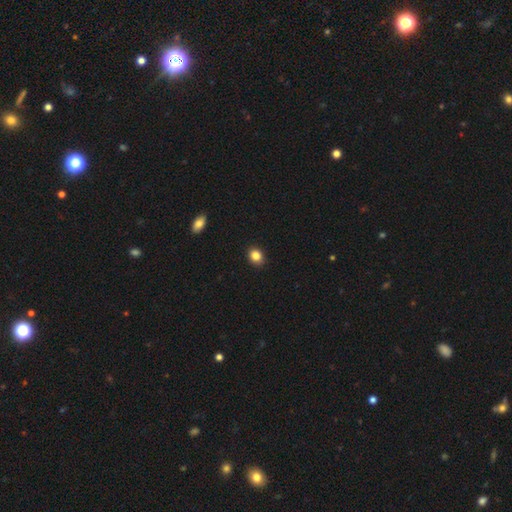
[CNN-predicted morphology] Smooth or featured?
  - smooth: 85% *
  - star or artifact: 10%
  - featured or disk: 5%
How rounded?
  - round: 56% *
  - in between: 43%
  - cigar-shaped: 1%
Merging?
  - none: 89% *
  - minor disturbance: 8%
  - major disturbance: 2%
  - merger: 1%